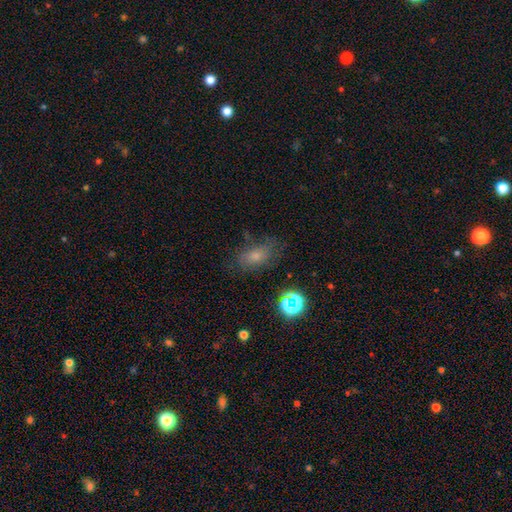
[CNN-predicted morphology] smooth 64%, star or artifact 19%, featured or disk 17%. Down the decision tree: how rounded — in between (82%); merging — none (63%).